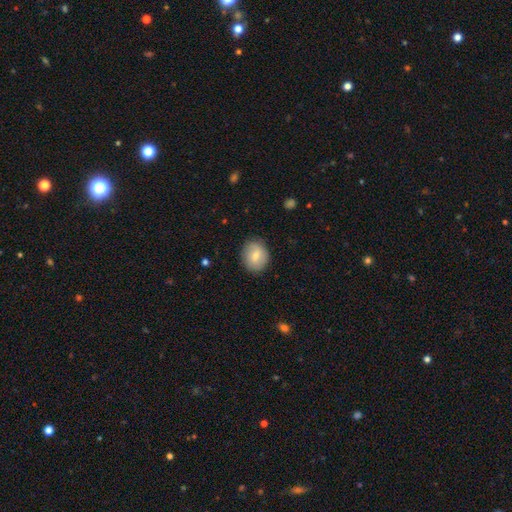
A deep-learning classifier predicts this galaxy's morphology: This appears to be a smooth galaxy with no disk features (75%) that is round (57%). Merging: none (84%).